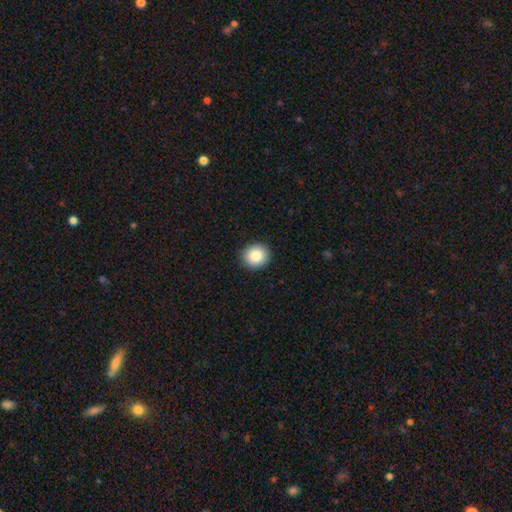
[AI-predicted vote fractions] A smooth galaxy with no disk features (86%) that is round (85%). Merging: none (91%).